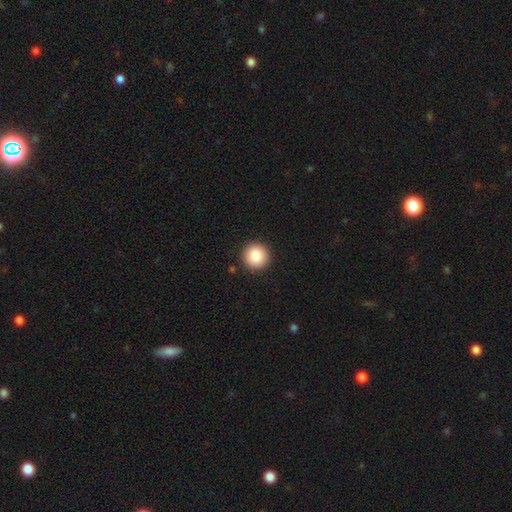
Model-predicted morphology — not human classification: Smooth or featured? Predicted: smooth (p=0.85). How rounded? Predicted: round (p=0.95). Merging? Predicted: none (p=0.92).